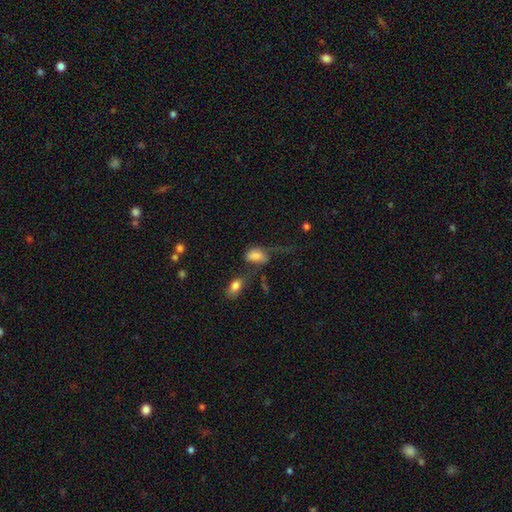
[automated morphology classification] A smooth galaxy with no disk features (74%) that is in between round and cigar-shaped (88%).

Vote fractions:
- Smooth or featured? smooth: 74% / featured or disk: 17% / star or artifact: 10%
- How rounded? in between: 88% / round: 10% / cigar-shaped: 2%
- Merging? major disturbance: 41% / none: 22% / minor disturbance: 20% / merger: 17%